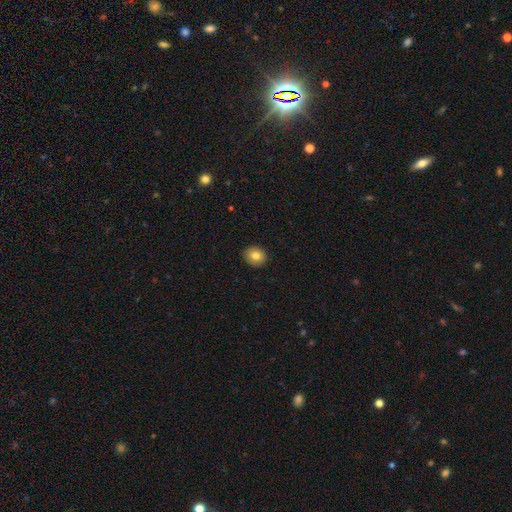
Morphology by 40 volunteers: This is likely a smooth galaxy (72%). How rounded: possibly round (59%). Merging: clearly none (86%).